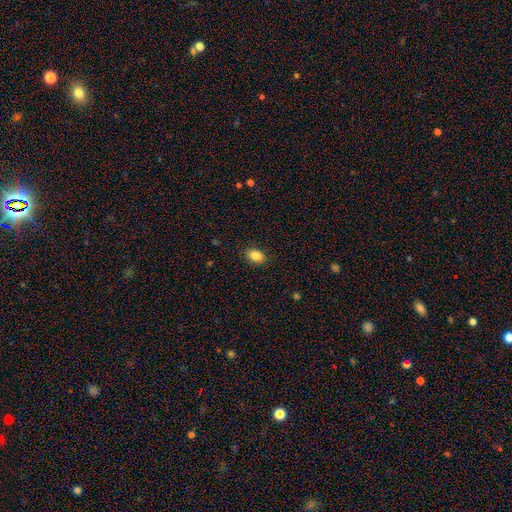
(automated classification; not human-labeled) A smooth galaxy with no disk features (84%) that is in between round and cigar-shaped (76%).

Vote fractions:
- Smooth or featured? smooth: 84% / star or artifact: 9% / featured or disk: 7%
- How rounded? in between: 76% / round: 23% / cigar-shaped: 1%
- Merging? none: 87% / minor disturbance: 9% / major disturbance: 2% / merger: 1%